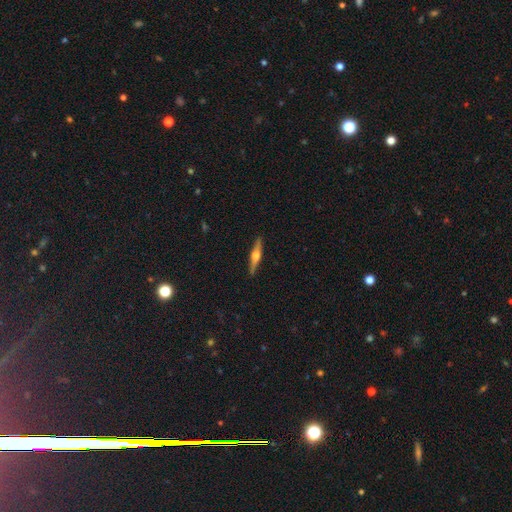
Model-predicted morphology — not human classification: Q: Smooth or featured?
A: featured or disk (70%); runner-up: smooth (24%)
Q: Edge-on disk?
A: yes (98%); runner-up: no (2%)
Q: Edge-on bulge?
A: rounded (93%); runner-up: boxy (4%)
Q: Merging?
A: none (91%); runner-up: minor disturbance (7%)